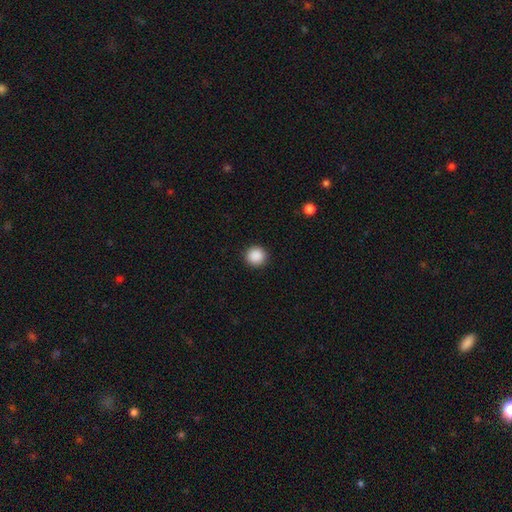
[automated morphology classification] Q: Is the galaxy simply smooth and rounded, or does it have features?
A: smooth — 89%.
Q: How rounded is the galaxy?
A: round — 95%.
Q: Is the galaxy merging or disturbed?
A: none — 92%.